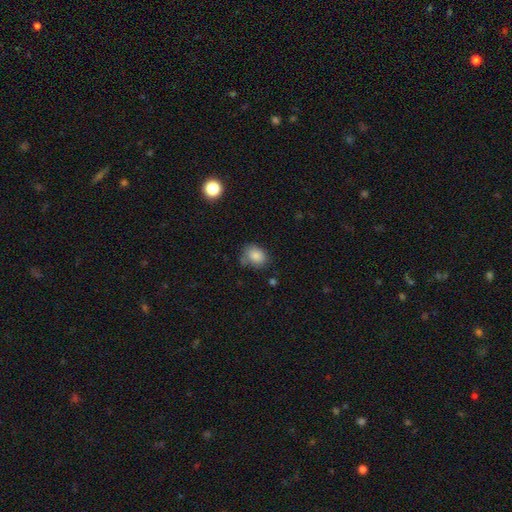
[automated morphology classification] This is clearly a smooth galaxy (83%). How rounded: possibly in between (59%). Merging: likely none (65%).